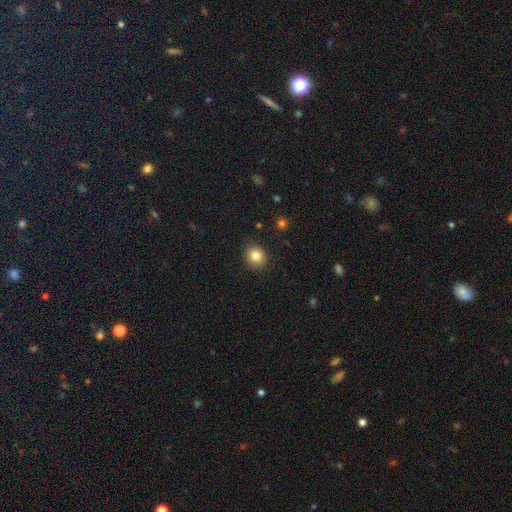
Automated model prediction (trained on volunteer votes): A smooth galaxy with no disk features (83%) that is round (79%).

Vote fractions:
- Smooth or featured? smooth: 83% / star or artifact: 10% / featured or disk: 6%
- How rounded? round: 79% / in between: 21% / cigar-shaped: 1%
- Merging? none: 89% / minor disturbance: 7% / major disturbance: 2% / merger: 1%